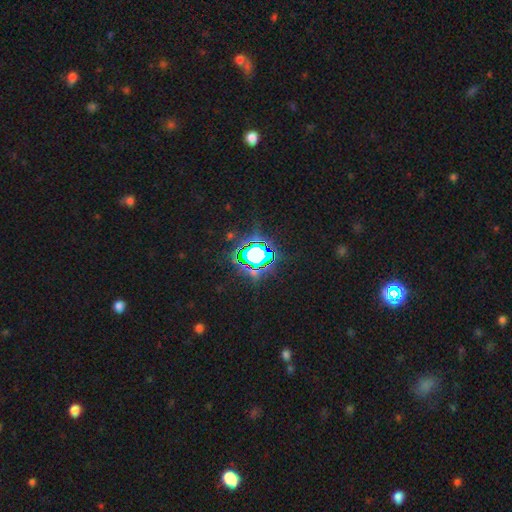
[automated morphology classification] A star or artifact, not a galaxy (73%).

Vote fractions:
- Smooth or featured? star or artifact: 73% / smooth: 16% / featured or disk: 11%